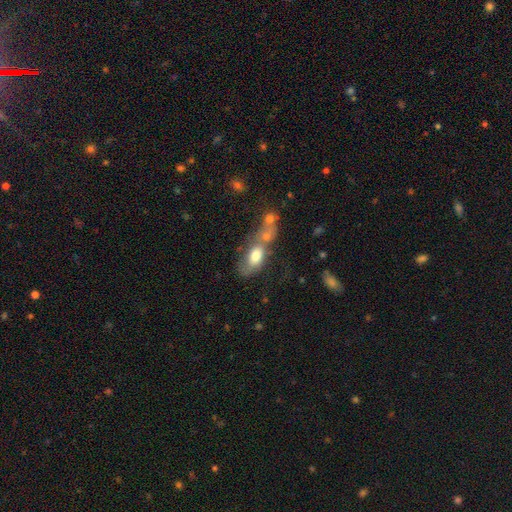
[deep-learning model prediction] Smooth or featured? Predicted: smooth (p=0.67). How rounded? Predicted: in between (p=0.84). Merging? Predicted: merger (p=0.59).